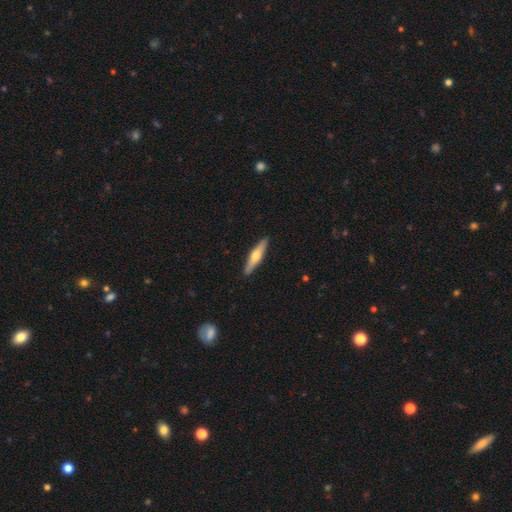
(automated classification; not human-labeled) smooth_or_featured: featured or disk (p=0.51) [alt: smooth p=0.44]
disk_edge_on: yes (p=0.94) [alt: no p=0.06]
merging: none (p=0.91) [alt: minor disturbance p=0.07]